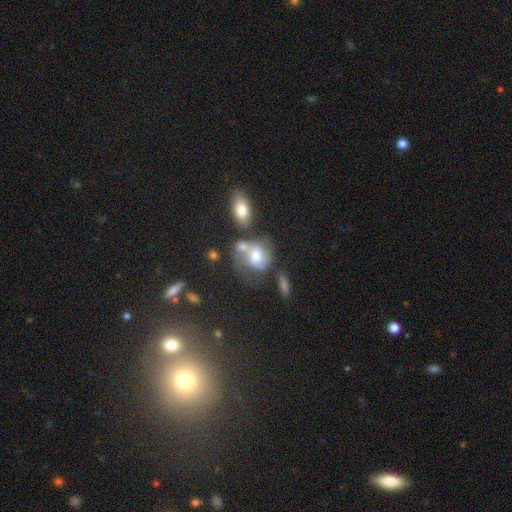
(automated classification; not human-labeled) Smooth or featured?
  - smooth: 48% *
  - featured or disk: 42%
  - star or artifact: 11%
Merging?
  - merger: 38% *
  - none: 30%
  - minor disturbance: 17%
  - major disturbance: 16%